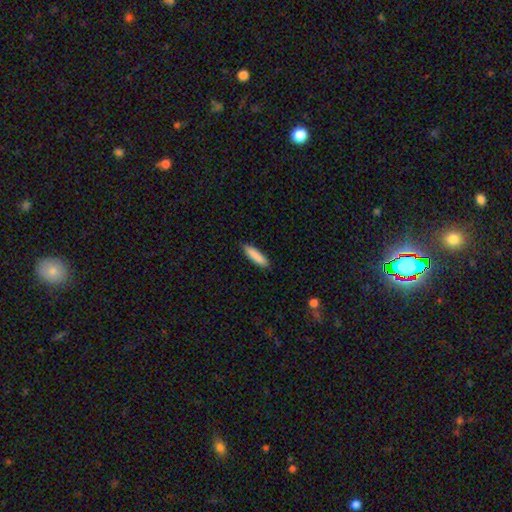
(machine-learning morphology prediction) The model was most divided on "how rounded": cigar-shaped: 76%, in between: 23%, round: 1%. More confident: merging — none (89%); smooth or featured — smooth (88%).